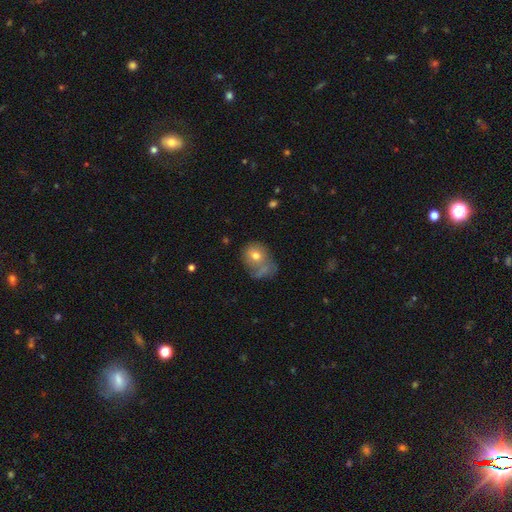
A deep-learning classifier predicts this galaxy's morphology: A smooth galaxy with no disk features (71%) that is round (59%). Merging: none (35%).